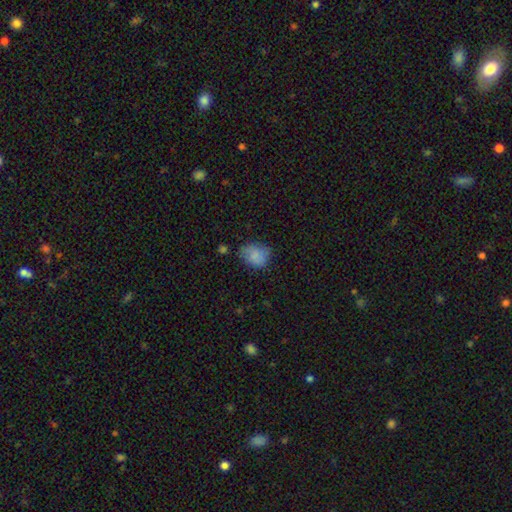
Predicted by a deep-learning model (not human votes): Overall: smooth (81%). How rounded: round (54%; in between 45%). Merging: none (59%; minor disturbance 30%).